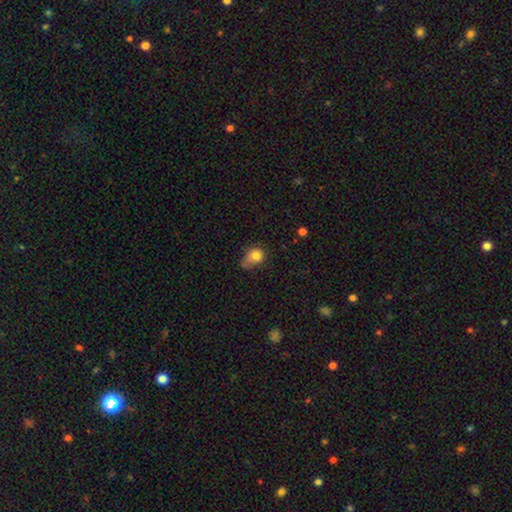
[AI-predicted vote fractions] Q: Smooth or featured?
A: smooth (80%); runner-up: featured or disk (10%)
Q: How rounded?
A: round (56%); runner-up: in between (42%)
Q: Merging?
A: minor disturbance (38%); runner-up: none (33%)